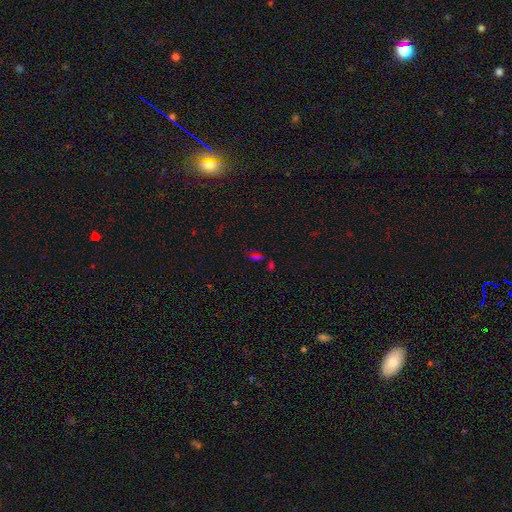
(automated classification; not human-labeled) A star or artifact, not a galaxy (46%).